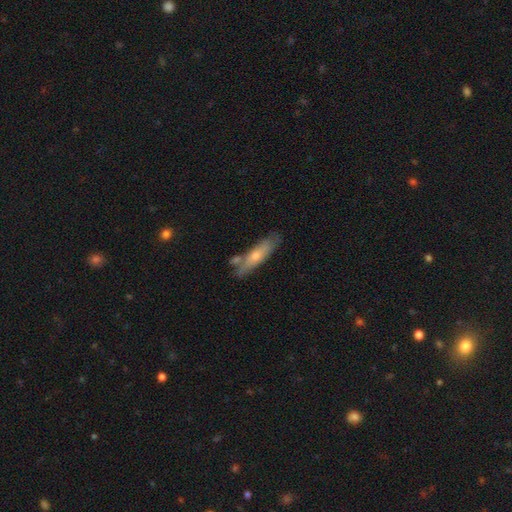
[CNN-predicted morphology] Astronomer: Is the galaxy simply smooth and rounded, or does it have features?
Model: smooth — 51% (runner-up: featured or disk, 43%).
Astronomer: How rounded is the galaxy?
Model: cigar-shaped — 73%.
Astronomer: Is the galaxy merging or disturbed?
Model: none — 69%.